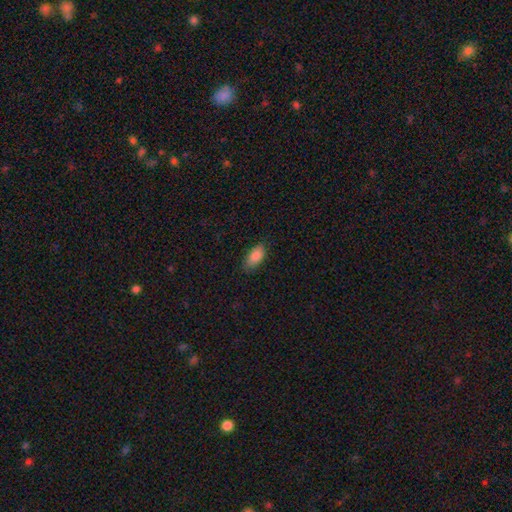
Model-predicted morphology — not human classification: Smooth or featured: smooth — 88% (star or artifact — 7%)
How rounded: in between — 92% (cigar-shaped — 5%)
Merging: none — 81% (minor disturbance — 15%)